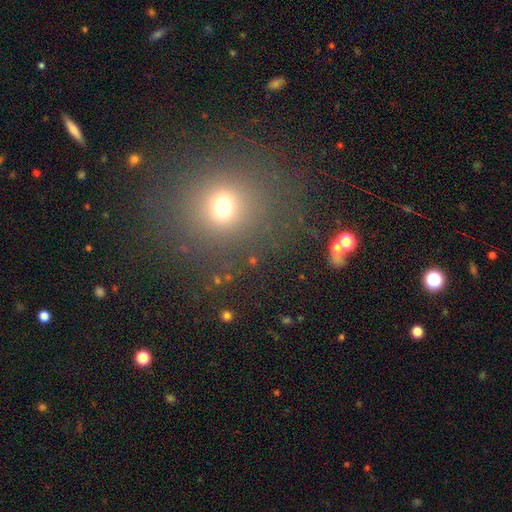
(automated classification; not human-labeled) Smooth or featured: smooth — 58% (star or artifact — 33%)
How rounded: round — 84% (in between — 14%)
Merging: none — 87% (minor disturbance — 7%)